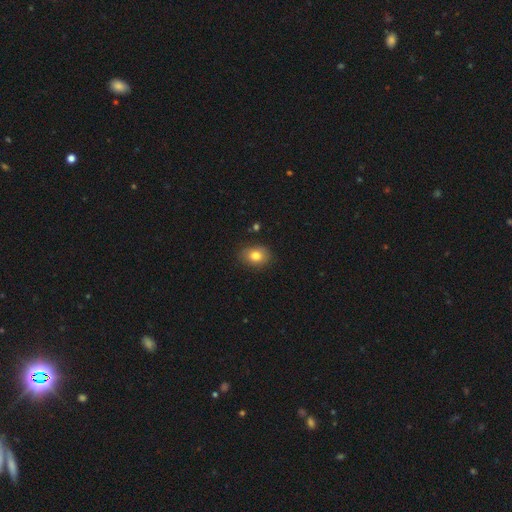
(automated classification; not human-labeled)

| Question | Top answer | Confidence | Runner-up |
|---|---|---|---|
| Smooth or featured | smooth | 81% | star or artifact (10%) |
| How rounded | in between | 61% | round (38%) |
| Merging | none | 86% | minor disturbance (11%) |